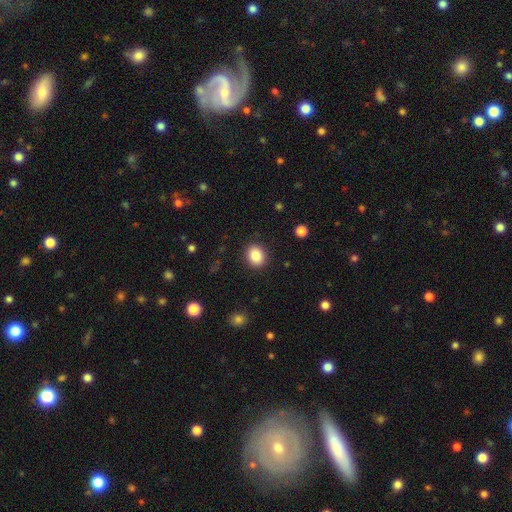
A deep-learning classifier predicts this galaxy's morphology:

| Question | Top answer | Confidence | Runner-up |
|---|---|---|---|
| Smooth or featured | smooth | 85% | star or artifact (9%) |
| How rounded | round | 68% | in between (31%) |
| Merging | none | 90% | minor disturbance (7%) |